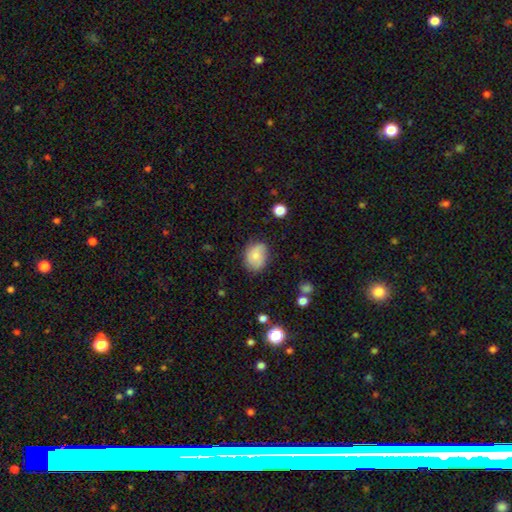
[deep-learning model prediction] Smooth or featured: smooth — 72% (featured or disk — 20%)
How rounded: in between — 66% (round — 33%)
Merging: none — 72% (minor disturbance — 22%)